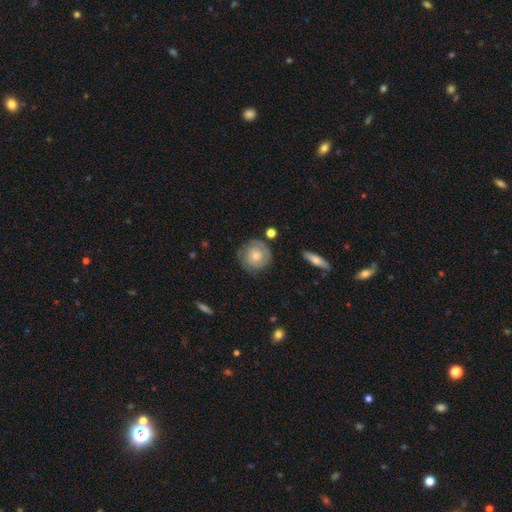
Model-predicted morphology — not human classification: smooth-or-featured: smooth: 49% | featured or disk: 44% | star or artifact: 7%
  merging: none: 75% | minor disturbance: 17% | major disturbance: 6% | merger: 2%